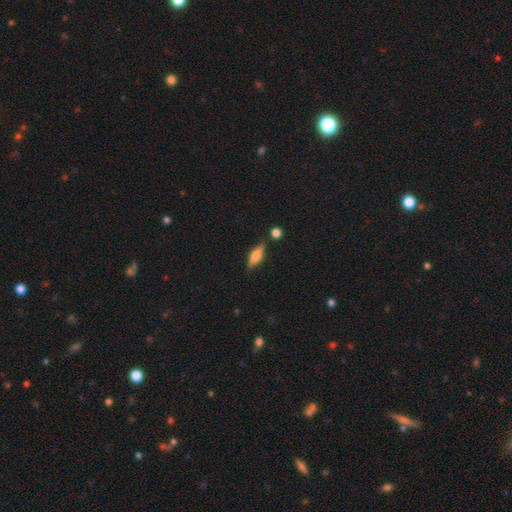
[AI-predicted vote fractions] smooth_or_featured: smooth (p=0.55) [alt: featured or disk p=0.37]
how_rounded: in between (p=0.53) [alt: cigar-shaped p=0.44]
merging: none (p=0.80) [alt: minor disturbance p=0.12]